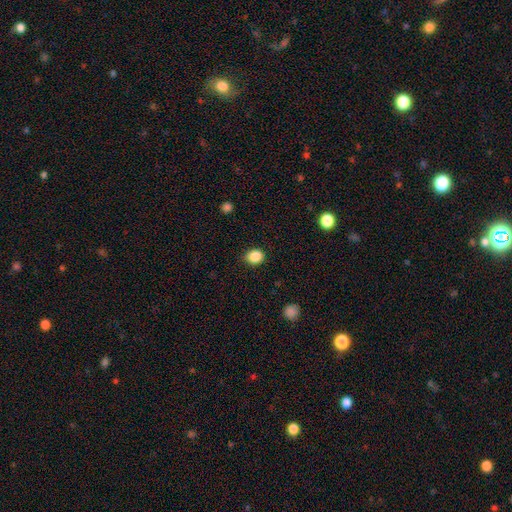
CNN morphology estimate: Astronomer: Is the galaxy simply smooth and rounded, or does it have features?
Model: smooth — 87%.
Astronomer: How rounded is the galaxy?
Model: round — 68%.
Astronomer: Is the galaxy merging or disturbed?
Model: none — 85%.